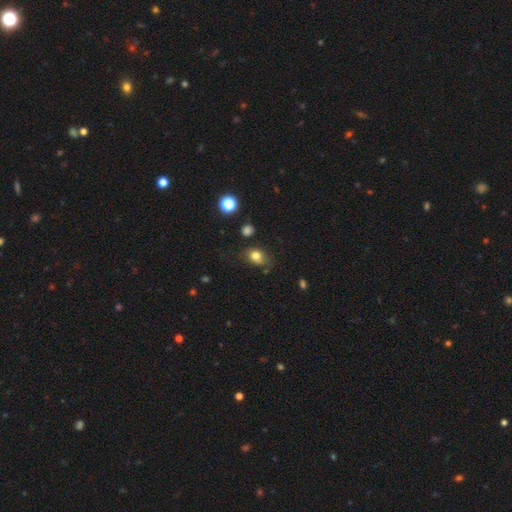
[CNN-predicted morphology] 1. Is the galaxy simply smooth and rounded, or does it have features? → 79% smooth, 12% star or artifact, 9% featured or disk.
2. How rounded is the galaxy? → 56% in between, 43% round, 1% cigar-shaped.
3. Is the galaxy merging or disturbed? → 62% none, 26% minor disturbance, 8% major disturbance, 4% merger.